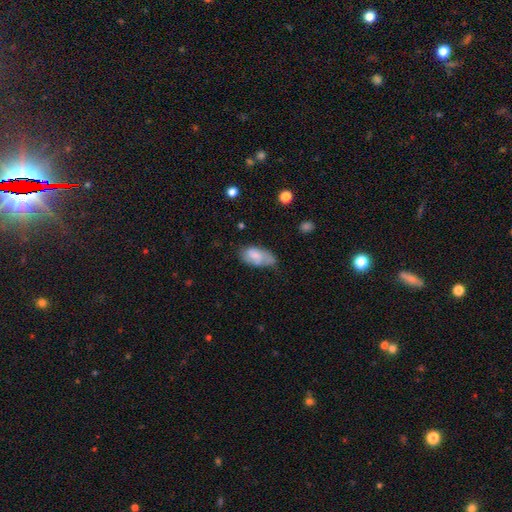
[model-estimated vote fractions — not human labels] The model was most divided on "merging": none: 42%, minor disturbance: 40%, major disturbance: 14%, merger: 5%. More confident: how rounded — in between (92%); smooth or featured — smooth (68%).